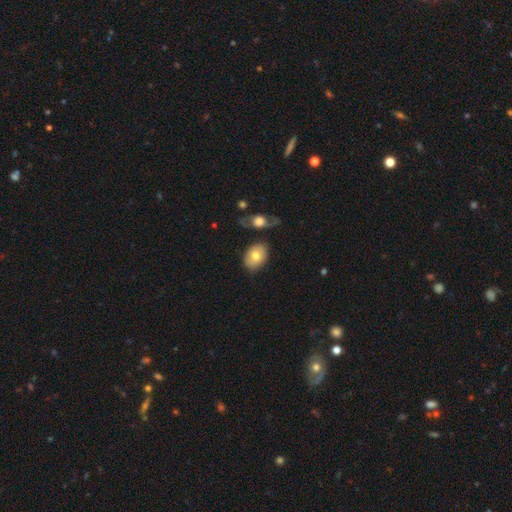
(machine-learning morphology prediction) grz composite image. It shows a smooth galaxy with no disk features (71%) that is in between round and cigar-shaped (78%). Merging: none (76%).